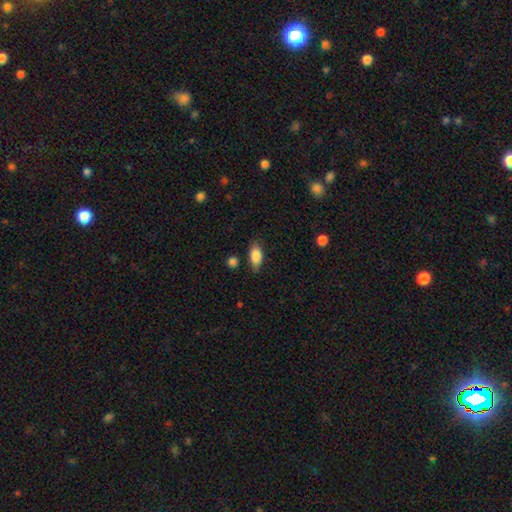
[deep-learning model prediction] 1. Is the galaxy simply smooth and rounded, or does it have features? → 85% smooth, 8% featured or disk, 7% star or artifact.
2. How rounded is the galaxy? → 87% in between, 9% cigar-shaped, 4% round.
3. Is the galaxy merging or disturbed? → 78% none, 16% minor disturbance, 4% major disturbance, 2% merger.